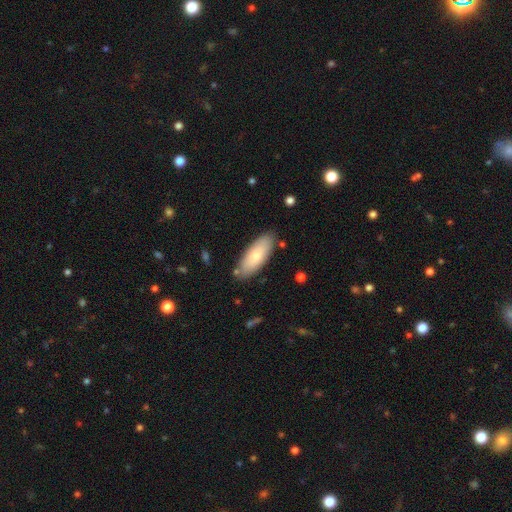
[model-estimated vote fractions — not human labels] This appears to be a smooth galaxy with no disk features (72%) that is in between round and cigar-shaped (77%). Merging: none (82%).